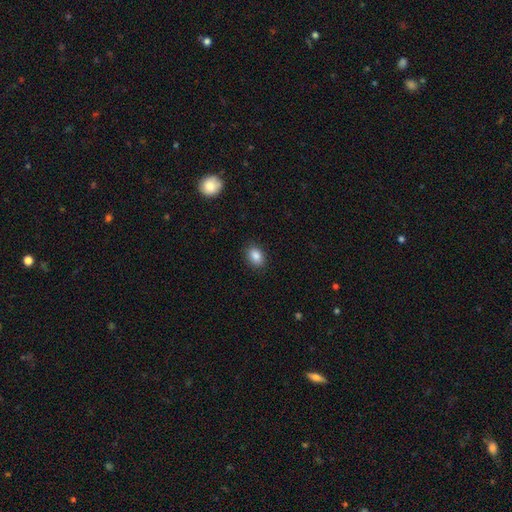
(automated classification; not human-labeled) This is clearly a smooth galaxy (87%). How rounded: likely in between (74%). Merging: clearly none (88%).